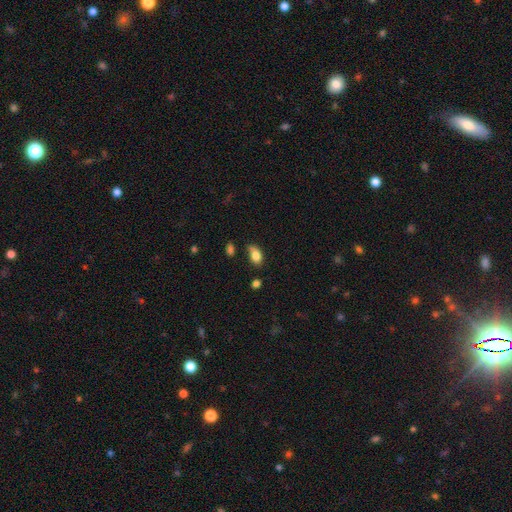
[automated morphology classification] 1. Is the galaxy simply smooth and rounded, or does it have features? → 82% smooth, 9% featured or disk, 9% star or artifact.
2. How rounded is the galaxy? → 85% in between, 13% round, 2% cigar-shaped.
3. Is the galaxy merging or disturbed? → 51% none, 32% minor disturbance, 10% major disturbance, 7% merger.